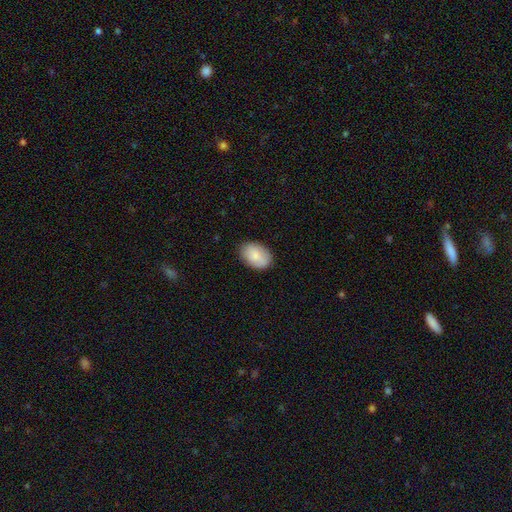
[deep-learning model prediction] Smooth or featured? smooth (85%)
How rounded? in between (87%)
Merging? none (84%)